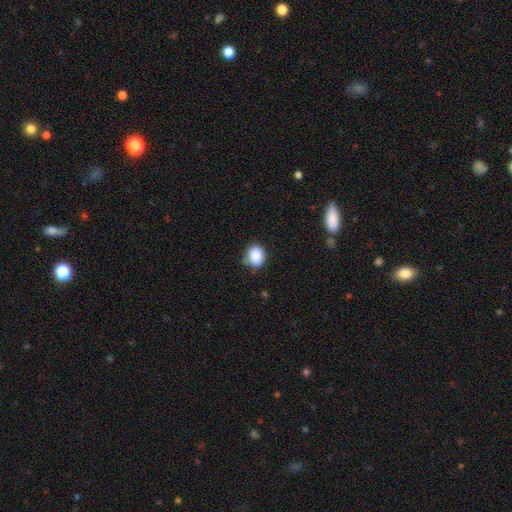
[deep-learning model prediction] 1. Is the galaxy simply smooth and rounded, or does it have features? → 87% smooth, 9% star or artifact, 4% featured or disk.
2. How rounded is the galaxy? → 57% round, 42% in between, 1% cigar-shaped.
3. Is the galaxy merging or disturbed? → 73% none, 20% minor disturbance, 4% major disturbance, 3% merger.